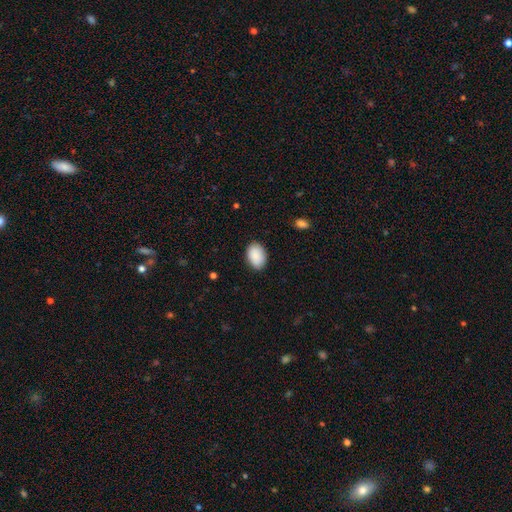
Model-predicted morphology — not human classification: Smooth or featured?
  - smooth: 90% *
  - star or artifact: 6%
  - featured or disk: 3%
How rounded?
  - in between: 87% *
  - round: 12%
  - cigar-shaped: 1%
Merging?
  - none: 86% *
  - minor disturbance: 11%
  - major disturbance: 2%
  - merger: 1%